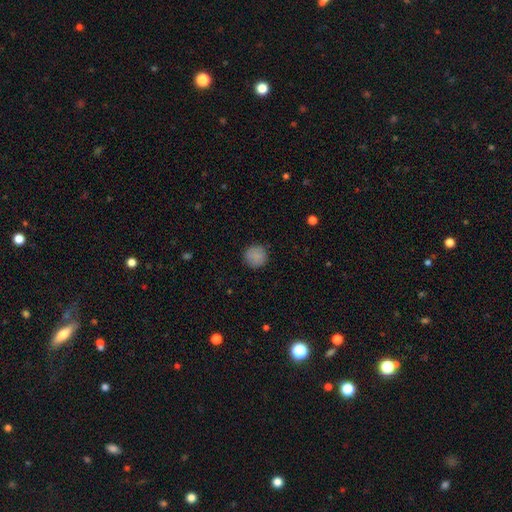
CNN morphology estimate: A smooth galaxy with no disk features (87%) that is round (94%).

Vote fractions:
- Smooth or featured? smooth: 87% / star or artifact: 8% / featured or disk: 5%
- How rounded? round: 94% / in between: 5% / cigar-shaped: 1%
- Merging? none: 89% / minor disturbance: 8% / major disturbance: 2% / merger: 1%